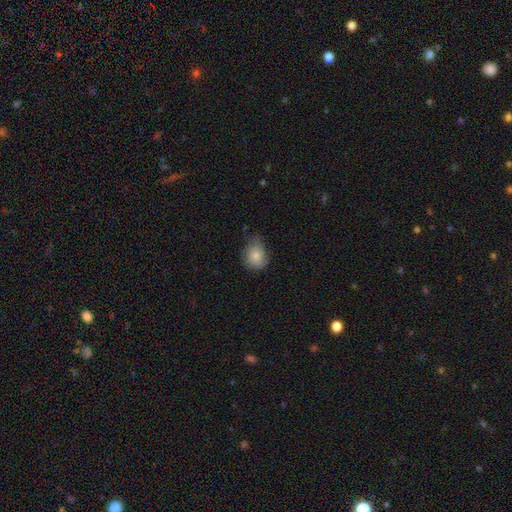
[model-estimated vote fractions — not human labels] smooth_or_featured: smooth (p=0.80) [alt: featured or disk p=0.11]
how_rounded: round (p=0.60) [alt: in between p=0.39]
merging: none (p=0.52) [alt: minor disturbance p=0.37]